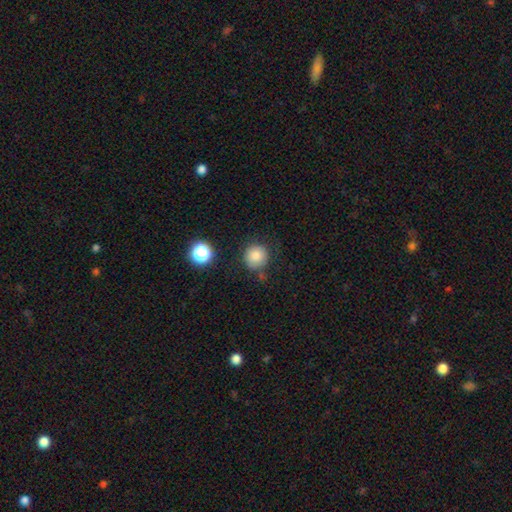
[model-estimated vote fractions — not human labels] Overall: smooth (84%). How rounded: round (93%). Merging: none (78%).